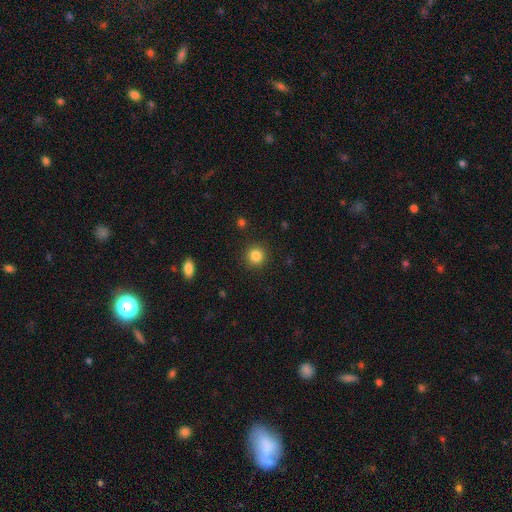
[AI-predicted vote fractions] The model was most divided on "smooth or featured": smooth: 85%, star or artifact: 11%, featured or disk: 4%. More confident: how rounded — round (93%); merging — none (91%).